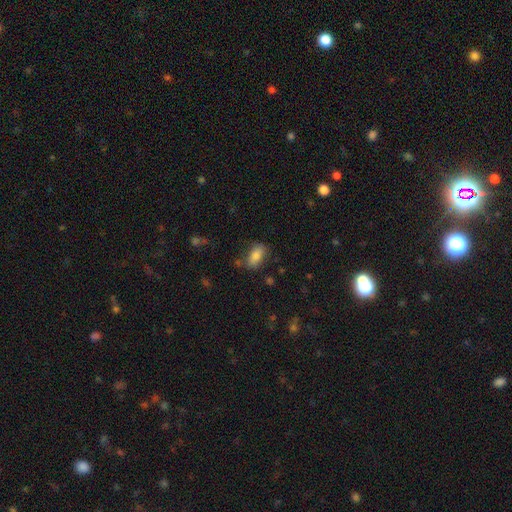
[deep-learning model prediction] This is clearly a smooth galaxy (81%). How rounded: clearly in between (88%). Merging: likely none (74%).